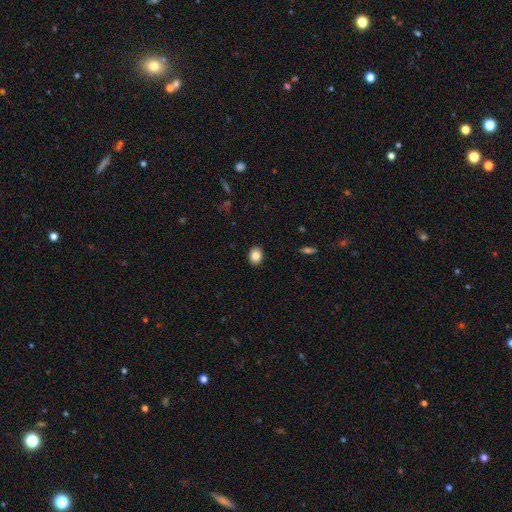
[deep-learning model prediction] A smooth galaxy with no disk features (87%) that is in between round and cigar-shaped (51%). Merging: none (90%).